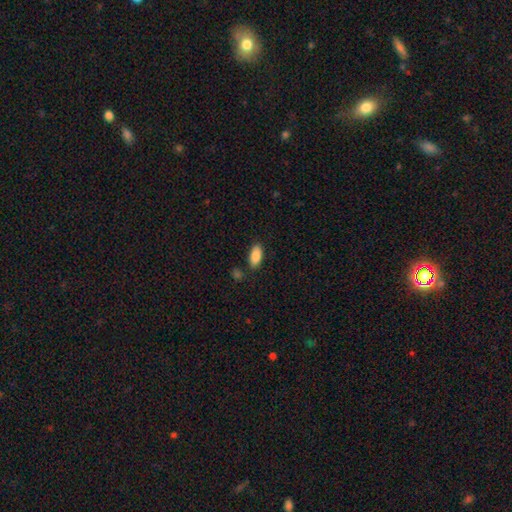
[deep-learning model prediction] Overall: smooth (89%). How rounded: in between (88%). Merging: none (84%).